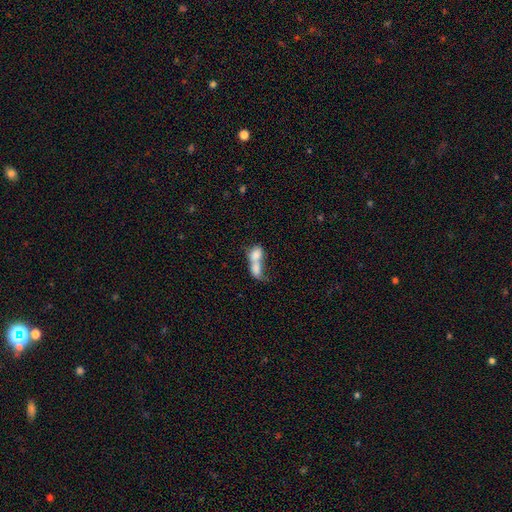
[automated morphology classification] type=smooth (71%); roundness=in between (70%); merging=merger (80%).